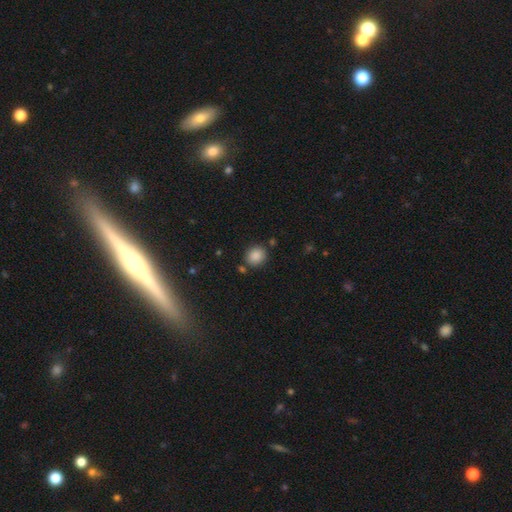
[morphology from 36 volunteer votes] type=smooth (100%); roundness=round (75%); merging=none (83%).